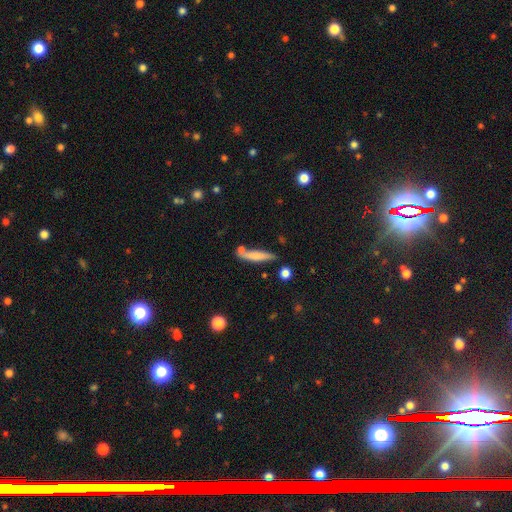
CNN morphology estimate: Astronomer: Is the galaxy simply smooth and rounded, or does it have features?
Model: smooth — 71%.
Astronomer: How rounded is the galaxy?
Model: cigar-shaped — 85%.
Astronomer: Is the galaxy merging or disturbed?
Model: none — 66%.